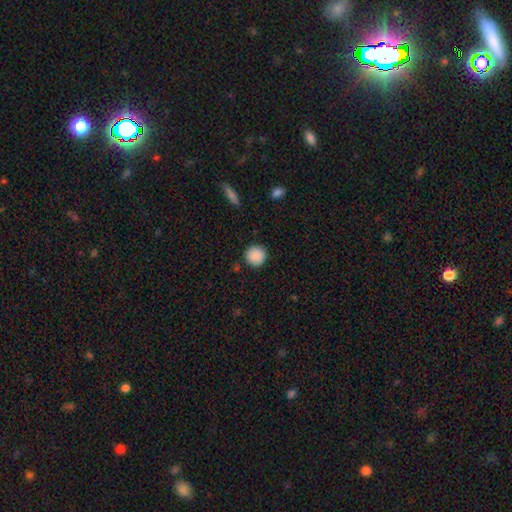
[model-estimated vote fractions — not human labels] smooth 89%, star or artifact 8%, featured or disk 3%. Down the decision tree: how rounded — round (94%); merging — none (90%).